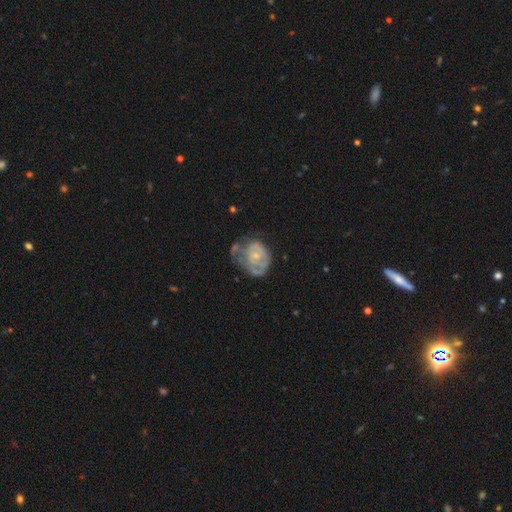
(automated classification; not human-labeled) This is likely a featured or disk galaxy (64%). It is clearly not viewed edge-on (98%). Bar: clearly no (80%). Spiral arm pattern: possibly yes (57%). Central bulge: likely small (64%). Merging: marginally none (32%).